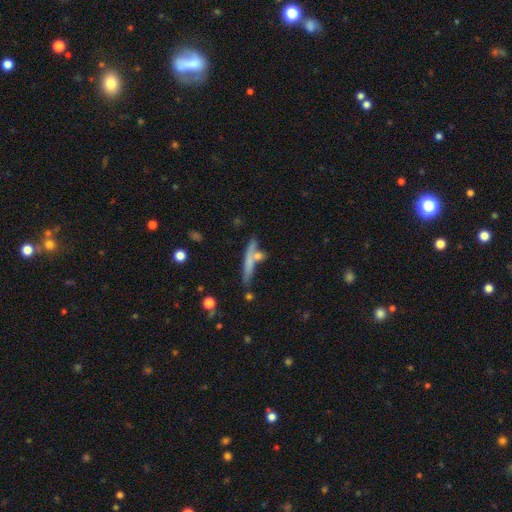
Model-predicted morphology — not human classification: Smooth or featured?
  - smooth: 55% *
  - featured or disk: 37%
  - star or artifact: 8%
How rounded?
  - cigar-shaped: 89% *
  - in between: 8%
  - round: 3%
Merging?
  - none: 65% *
  - merger: 16%
  - minor disturbance: 15%
  - major disturbance: 5%